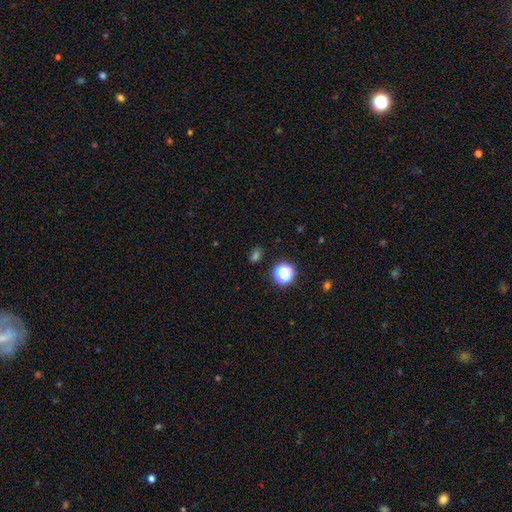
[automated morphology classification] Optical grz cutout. It shows a smooth galaxy with no disk features (57%) that is round (51%). Merging: none (82%).